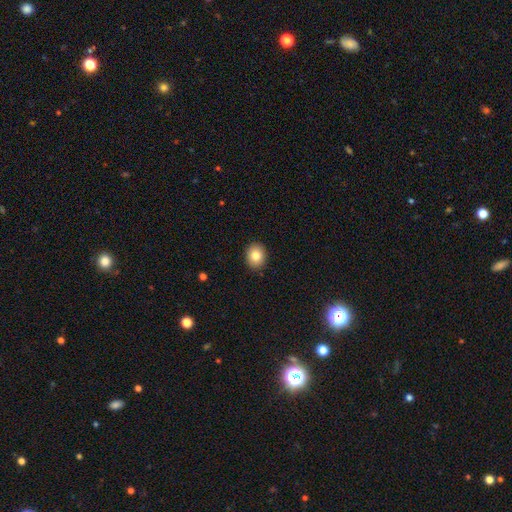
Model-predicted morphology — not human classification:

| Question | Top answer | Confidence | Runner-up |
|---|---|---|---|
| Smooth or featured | smooth | 82% | star or artifact (10%) |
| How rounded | round | 62% | in between (37%) |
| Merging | none | 91% | minor disturbance (7%) |